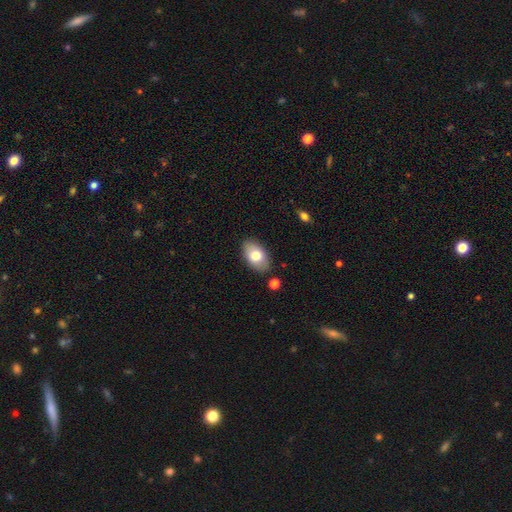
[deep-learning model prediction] Overall: smooth (76%). How rounded: in between (91%). Merging: none (85%).